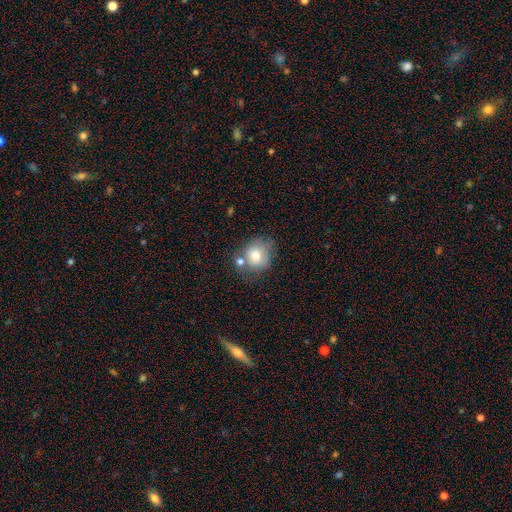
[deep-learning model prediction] Q: Smooth or featured?
A: smooth (73%); runner-up: featured or disk (18%)
Q: How rounded?
A: round (74%); runner-up: in between (25%)
Q: Merging?
A: none (53%); runner-up: merger (21%)